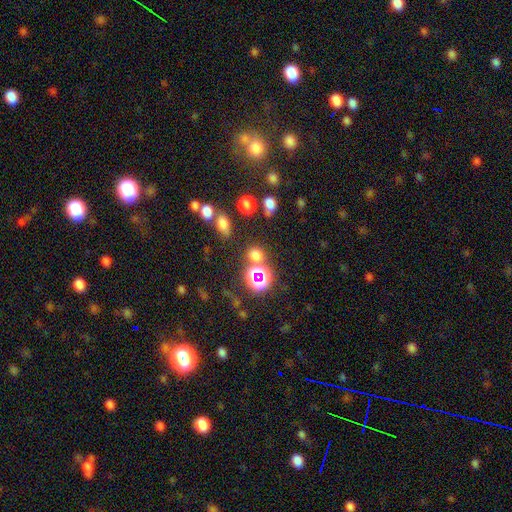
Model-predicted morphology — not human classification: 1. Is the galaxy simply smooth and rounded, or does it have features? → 60% smooth, 33% star or artifact, 7% featured or disk.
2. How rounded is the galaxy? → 77% round, 22% in between, 2% cigar-shaped.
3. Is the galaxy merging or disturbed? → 70% none, 14% merger, 11% minor disturbance, 5% major disturbance.